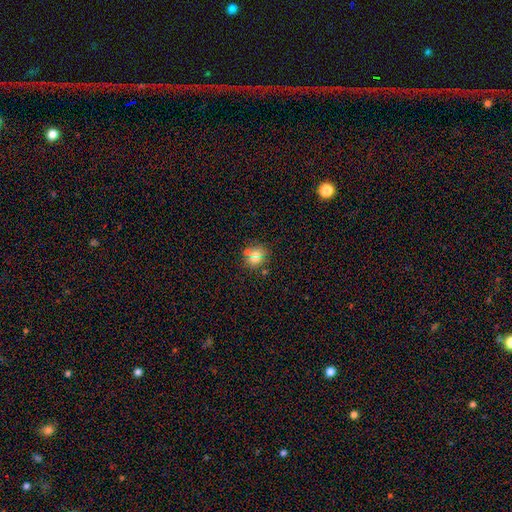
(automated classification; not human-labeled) Smooth or featured?
  - smooth: 72% *
  - featured or disk: 15%
  - star or artifact: 14%
How rounded?
  - round: 78% *
  - in between: 21%
  - cigar-shaped: 1%
Merging?
  - none: 62% *
  - merger: 22%
  - minor disturbance: 12%
  - major disturbance: 4%